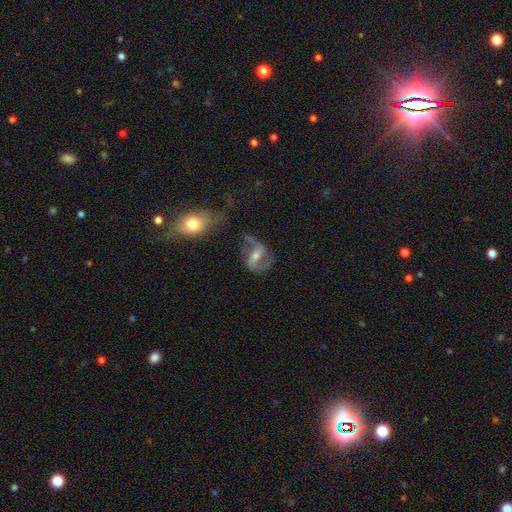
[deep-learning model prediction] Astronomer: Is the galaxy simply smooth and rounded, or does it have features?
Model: featured or disk — 78%.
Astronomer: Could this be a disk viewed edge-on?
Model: no — 94%.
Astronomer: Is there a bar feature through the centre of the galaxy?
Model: strong — 47% (runner-up: weak, 37%).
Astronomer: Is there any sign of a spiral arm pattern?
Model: yes — 85%.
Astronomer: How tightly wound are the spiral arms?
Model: loose — 47% (runner-up: medium, 40%).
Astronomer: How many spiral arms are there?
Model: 2 — 87%.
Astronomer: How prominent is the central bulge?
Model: moderate — 56% (runner-up: small, 37%).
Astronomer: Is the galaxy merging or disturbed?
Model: none — 58%.